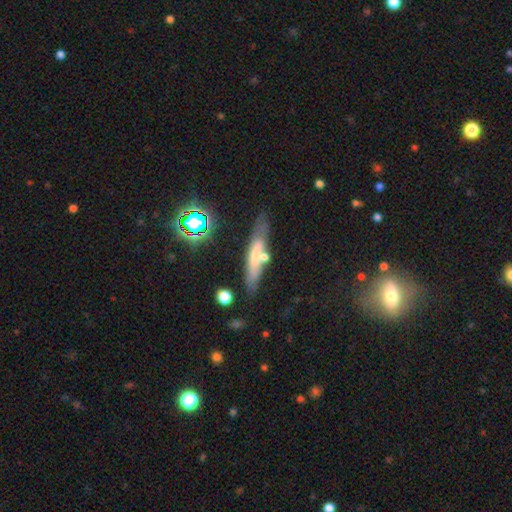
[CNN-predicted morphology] This appears to be a smooth galaxy with no disk features (49%). Merging: none (68%).